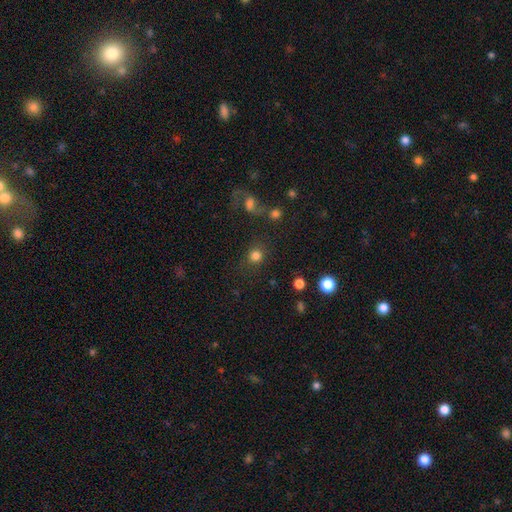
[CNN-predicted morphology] Smooth or featured? smooth (80%)
How rounded? round (88%)
Merging? none (79%)